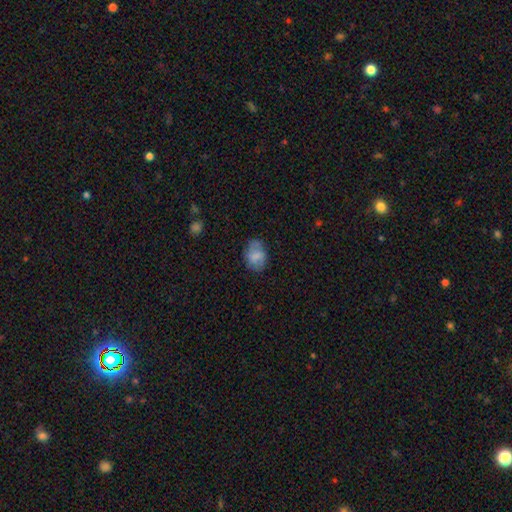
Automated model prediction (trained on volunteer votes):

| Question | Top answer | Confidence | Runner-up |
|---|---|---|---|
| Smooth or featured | smooth | 72% | featured or disk (20%) |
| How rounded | in between | 71% | round (28%) |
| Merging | none | 64% | minor disturbance (25%) |